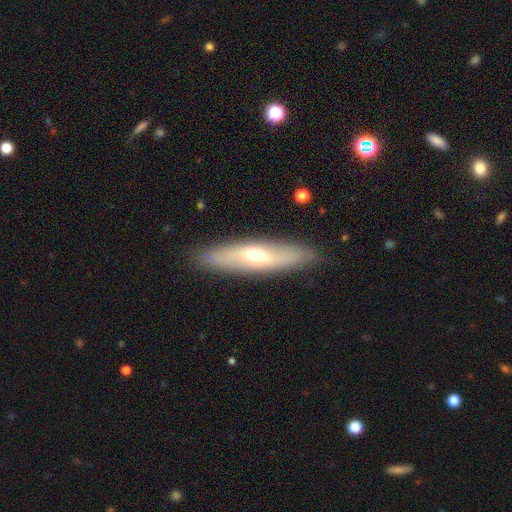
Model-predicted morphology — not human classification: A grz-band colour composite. It shows a featured or disk galaxy (52%) viewed edge-on (57%). Merging: none (89%).